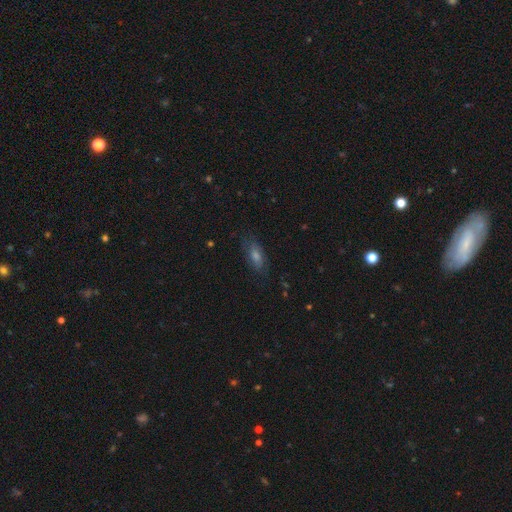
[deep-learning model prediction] Q: Smooth or featured?
A: smooth (53%); runner-up: featured or disk (26%)
Q: How rounded?
A: in between (70%); runner-up: cigar-shaped (24%)
Q: Merging?
A: none (78%); runner-up: minor disturbance (15%)